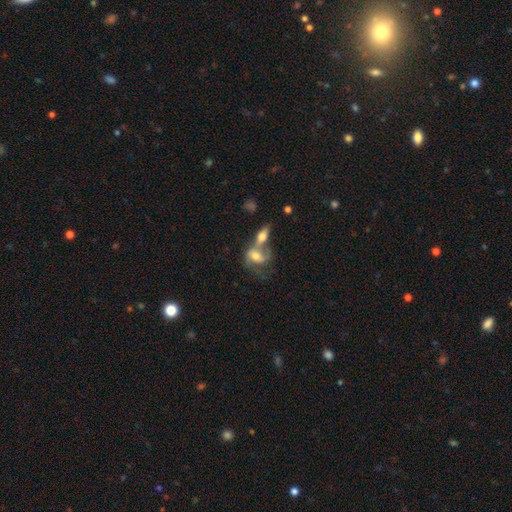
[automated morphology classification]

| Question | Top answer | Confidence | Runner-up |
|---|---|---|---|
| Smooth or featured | featured or disk | 49% | smooth (42%) |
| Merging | merger | 64% | none (18%) |